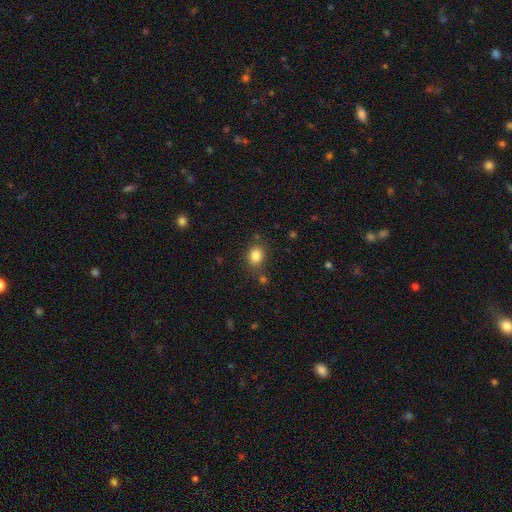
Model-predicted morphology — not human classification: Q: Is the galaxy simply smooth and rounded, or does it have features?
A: smooth — 83%.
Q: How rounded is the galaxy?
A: round — 61%.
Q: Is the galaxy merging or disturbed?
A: none — 76%.